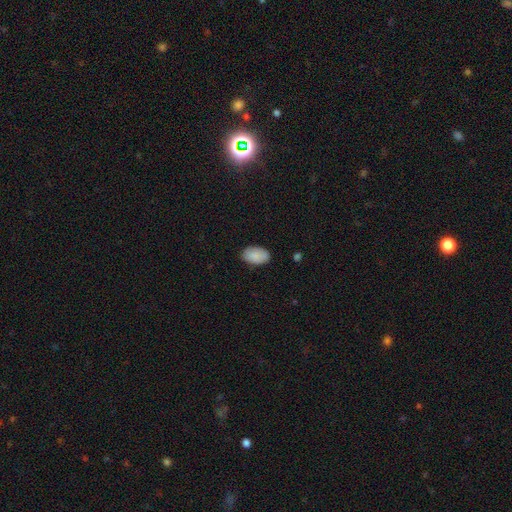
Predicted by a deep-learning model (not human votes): Q: Smooth or featured?
A: smooth (87%); runner-up: star or artifact (7%)
Q: How rounded?
A: in between (92%); runner-up: round (7%)
Q: Merging?
A: none (83%); runner-up: minor disturbance (13%)